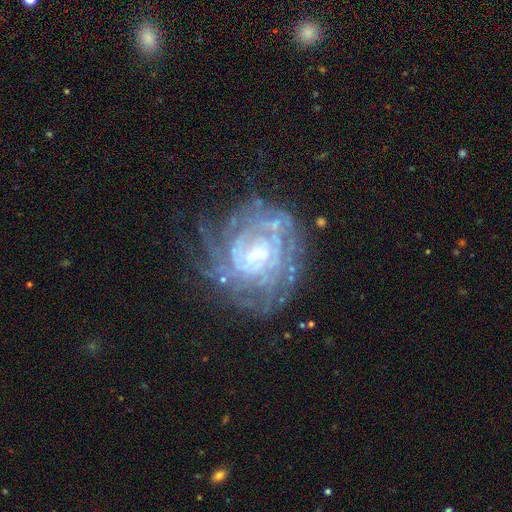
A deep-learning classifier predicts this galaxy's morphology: The model was most divided on "bar": weak: 46%, no: 40%, strong: 14%. Remaining: edge-on disk — no (97%); spiral arms — yes (91%); smooth or featured — featured or disk (85%); spiral winding — tight (73%); merging — none (66%); bulge size — small (60%); spiral arm count — can't tell (46%).